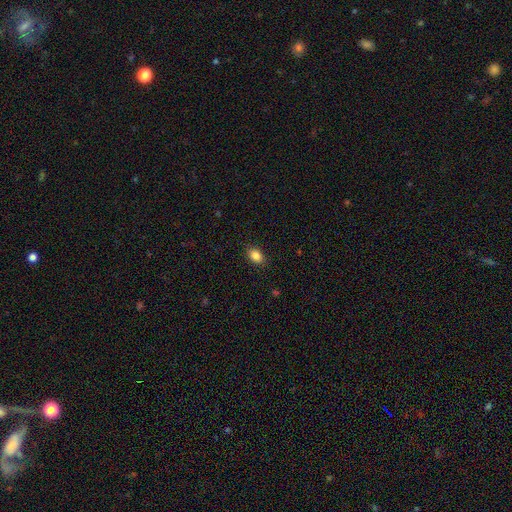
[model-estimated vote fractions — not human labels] Q: Smooth or featured?
A: smooth (86%); runner-up: star or artifact (9%)
Q: How rounded?
A: in between (82%); runner-up: round (16%)
Q: Merging?
A: none (88%); runner-up: minor disturbance (8%)